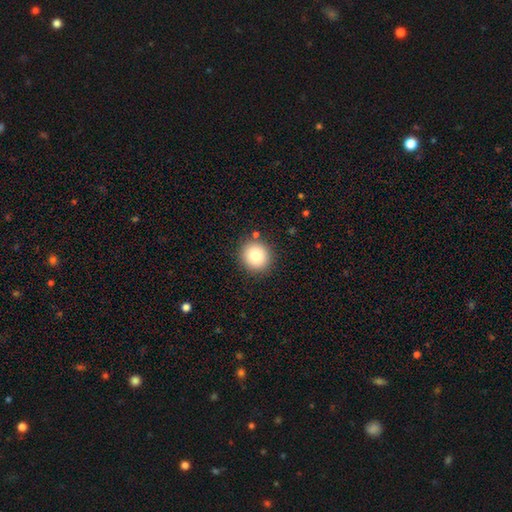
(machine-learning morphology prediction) smooth 81%, star or artifact 10%, featured or disk 9%. Down the decision tree: how rounded — round (92%); merging — none (88%).